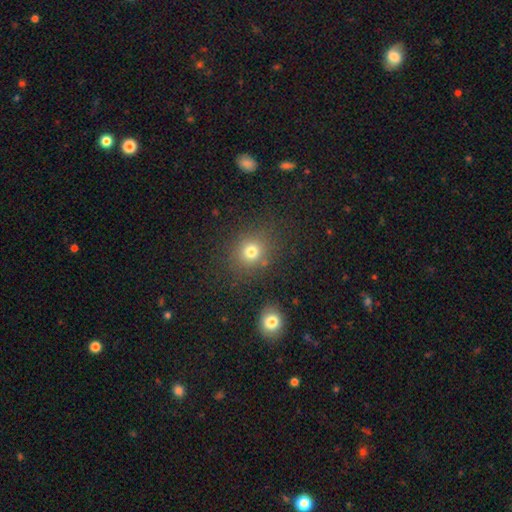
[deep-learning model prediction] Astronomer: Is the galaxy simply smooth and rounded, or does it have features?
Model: smooth — 64%.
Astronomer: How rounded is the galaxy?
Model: round — 81%.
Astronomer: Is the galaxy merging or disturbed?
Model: none — 89%.